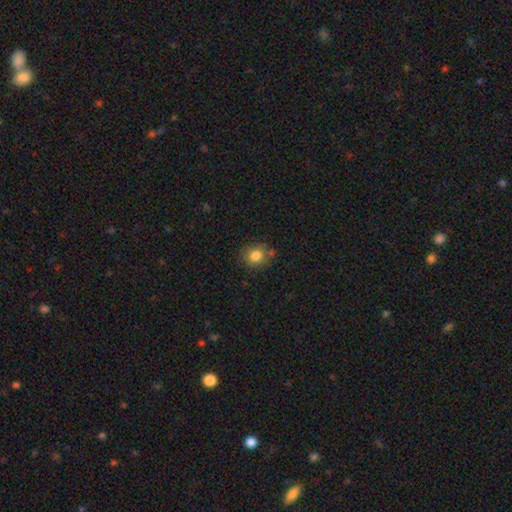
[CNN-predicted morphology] Q: Smooth or featured?
A: smooth (82%); runner-up: star or artifact (10%)
Q: How rounded?
A: round (64%); runner-up: in between (35%)
Q: Merging?
A: none (74%); runner-up: minor disturbance (17%)